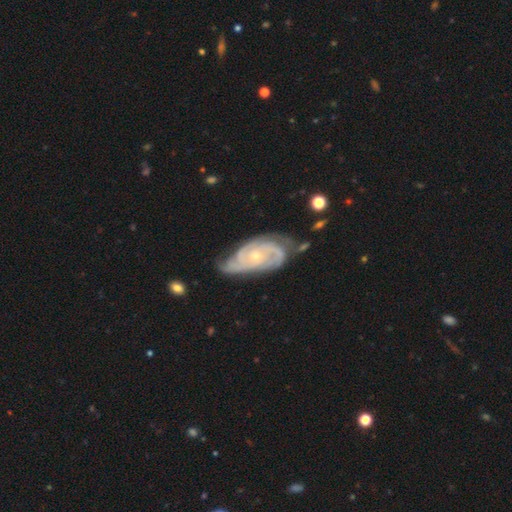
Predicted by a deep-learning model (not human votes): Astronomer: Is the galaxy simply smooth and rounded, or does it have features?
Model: featured or disk — 86%.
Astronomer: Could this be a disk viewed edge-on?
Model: no — 95%.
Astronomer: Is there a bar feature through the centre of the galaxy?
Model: no — 72%.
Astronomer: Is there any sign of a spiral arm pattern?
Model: yes — 97%.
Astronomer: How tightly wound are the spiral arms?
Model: tight — 62%.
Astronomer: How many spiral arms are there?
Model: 3 — 35% (runner-up: 2, 29%).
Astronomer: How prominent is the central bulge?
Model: small — 69%.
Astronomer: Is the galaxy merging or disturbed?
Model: none — 58%.